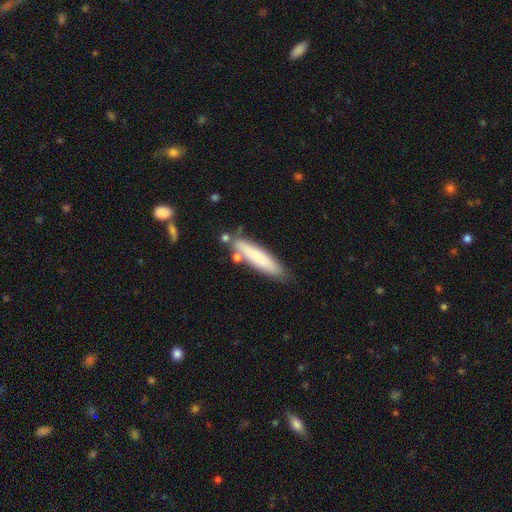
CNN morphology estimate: Smooth or featured?
  - smooth: 75% *
  - featured or disk: 18%
  - star or artifact: 7%
How rounded?
  - cigar-shaped: 82% *
  - in between: 17%
  - round: 1%
Merging?
  - none: 75% *
  - minor disturbance: 15%
  - merger: 6%
  - major disturbance: 3%